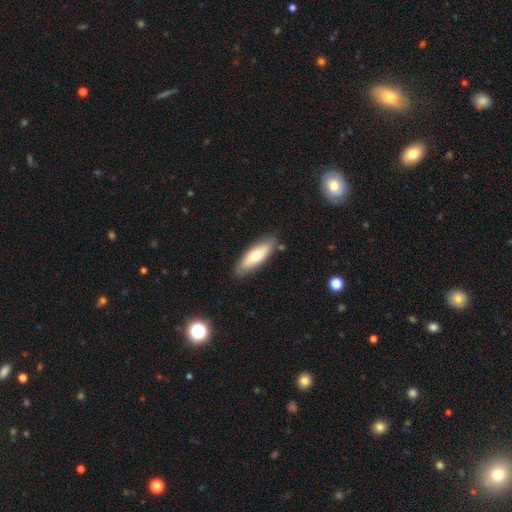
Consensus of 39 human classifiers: Q: Smooth or featured?
A: smooth (62%); runner-up: featured or disk (31%)
Q: How rounded?
A: in between (58%); runner-up: cigar-shaped (38%)
Q: Merging?
A: none (75%); runner-up: minor disturbance (14%)